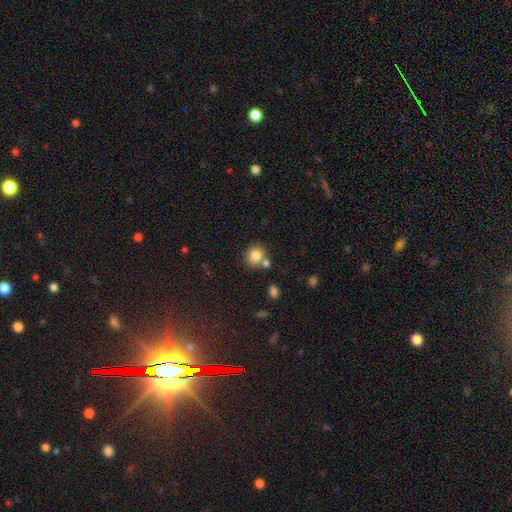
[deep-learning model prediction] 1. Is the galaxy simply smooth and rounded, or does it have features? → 82% smooth, 11% star or artifact, 8% featured or disk.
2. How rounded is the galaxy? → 83% round, 16% in between, 1% cigar-shaped.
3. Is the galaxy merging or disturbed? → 65% none, 23% merger, 9% minor disturbance, 3% major disturbance.